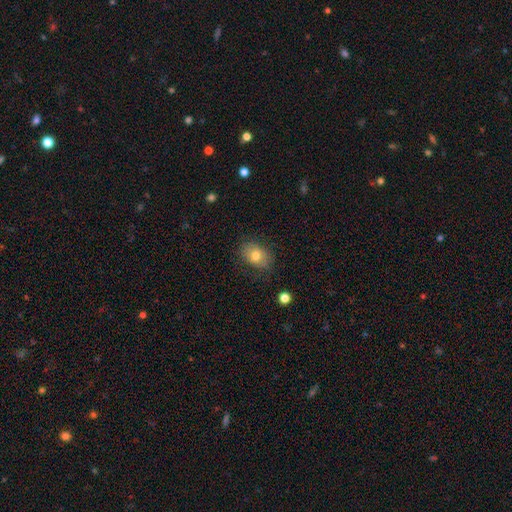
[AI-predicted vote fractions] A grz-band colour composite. It shows a smooth galaxy with no disk features (75%) that is in between round and cigar-shaped (74%). Merging: none (77%).